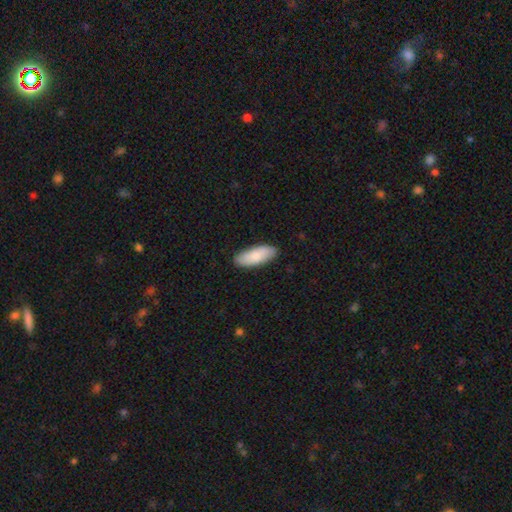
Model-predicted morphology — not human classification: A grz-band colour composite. It shows a smooth galaxy with no disk features (85%) that is in between round and cigar-shaped (73%). Merging: none (88%).